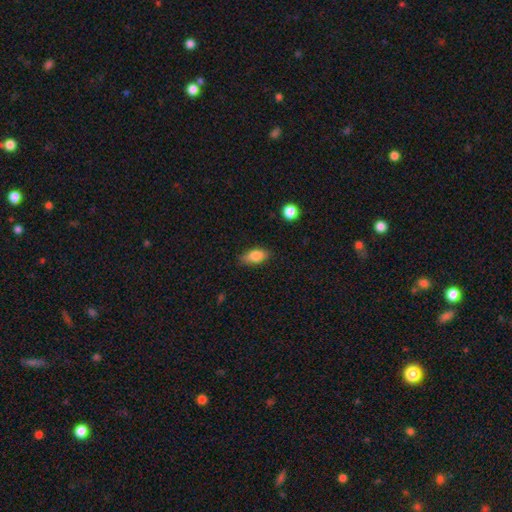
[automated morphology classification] Overall: smooth (83%). How rounded: in between (86%). Merging: none (79%).